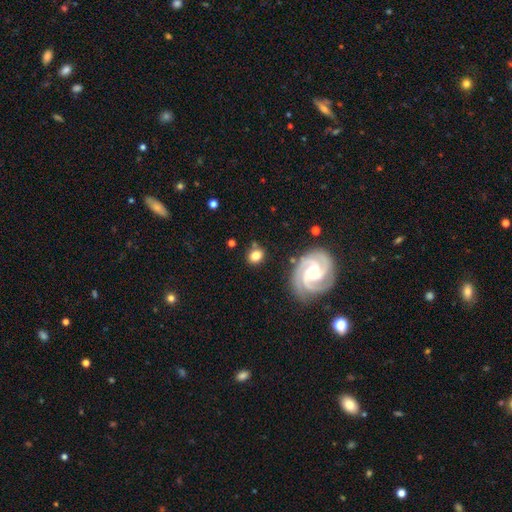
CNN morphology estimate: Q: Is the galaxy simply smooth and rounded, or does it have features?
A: smooth — 55%.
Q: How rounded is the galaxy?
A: round — 63%.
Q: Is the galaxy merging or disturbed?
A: none — 79%.